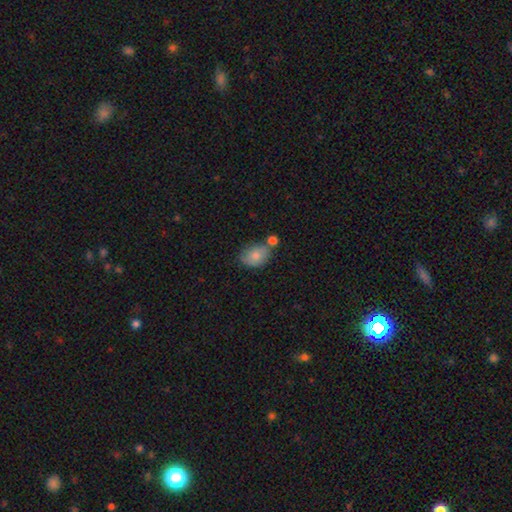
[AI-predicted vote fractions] smooth-or-featured: smooth: 81% | featured or disk: 12% | star or artifact: 8%
  how-rounded: in between: 78% | round: 21% | cigar-shaped: 1%
  merging: none: 54% | merger: 21% | minor disturbance: 20% | major disturbance: 5%